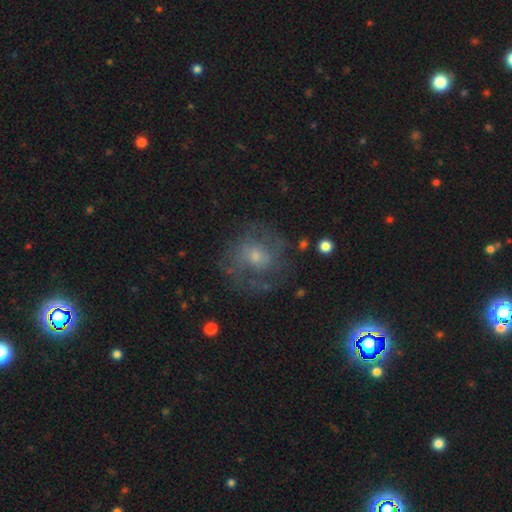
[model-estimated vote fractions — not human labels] This appears to be a featured or disk galaxy (61%) with no bar (71%), spiral arms (74%) and a small central bulge (53%). Merging: none (68%).